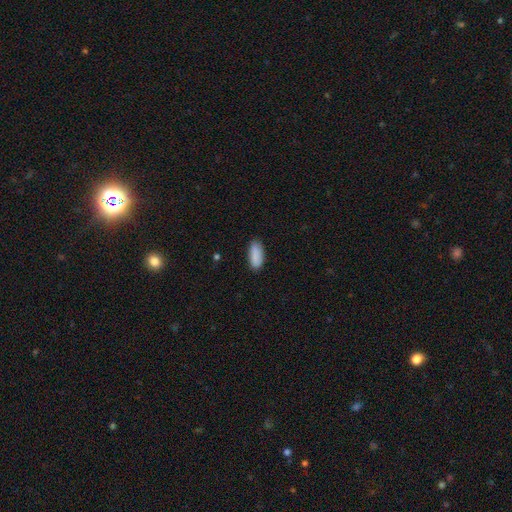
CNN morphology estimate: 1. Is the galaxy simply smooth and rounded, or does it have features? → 87% smooth, 7% star or artifact, 6% featured or disk.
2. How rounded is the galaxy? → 77% in between, 21% cigar-shaped, 2% round.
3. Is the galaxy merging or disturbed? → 81% none, 15% minor disturbance, 3% major disturbance, 1% merger.